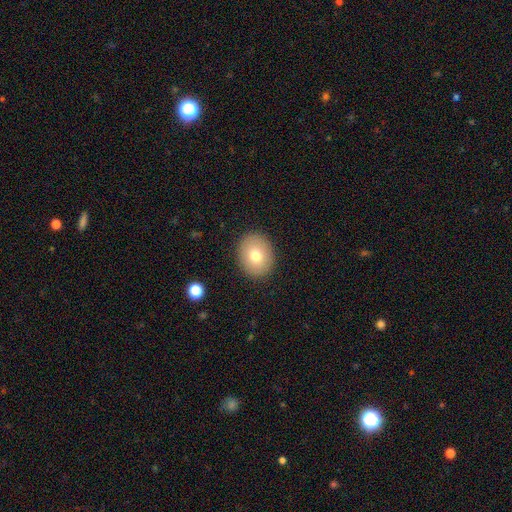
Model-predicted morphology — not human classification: A smooth galaxy with no disk features (75%) that is round (52%). Merging: none (90%).